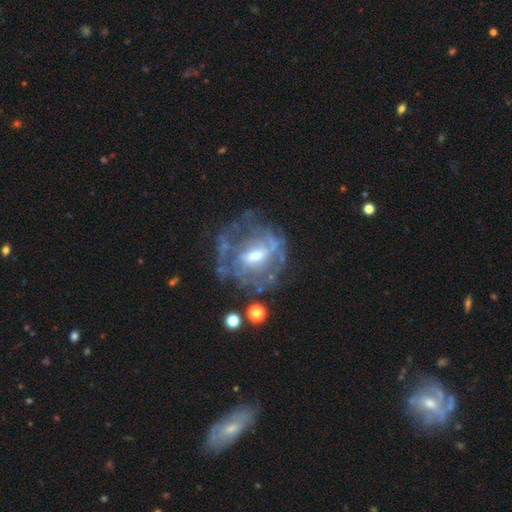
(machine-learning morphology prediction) Q: Smooth or featured?
A: featured or disk (77%); runner-up: smooth (13%)
Q: Edge-on disk?
A: no (95%); runner-up: yes (5%)
Q: Bar?
A: weak (47%); runner-up: no (29%)
Q: Spiral arms?
A: yes (64%); runner-up: no (36%)
Q: Bulge size?
A: moderate (52%); runner-up: small (41%)
Q: Merging?
A: none (56%); runner-up: minor disturbance (21%)